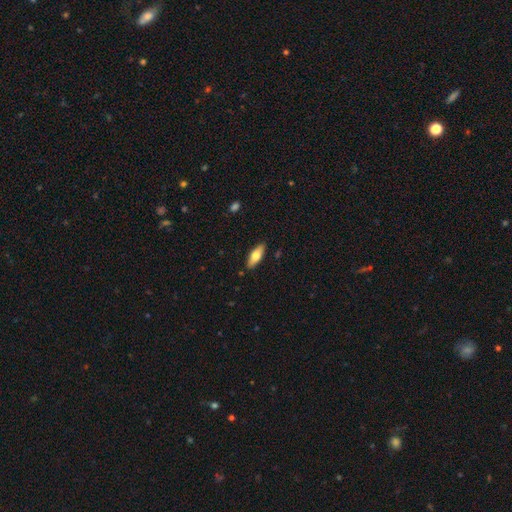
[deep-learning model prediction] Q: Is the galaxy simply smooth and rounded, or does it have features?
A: smooth — 63%.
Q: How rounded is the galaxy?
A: in between — 67%.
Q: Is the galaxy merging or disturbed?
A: none — 88%.